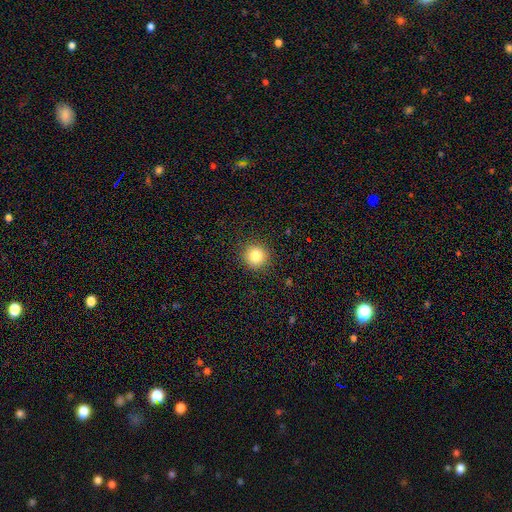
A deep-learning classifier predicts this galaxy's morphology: Overall: smooth (82%). How rounded: round (94%). Merging: none (91%).